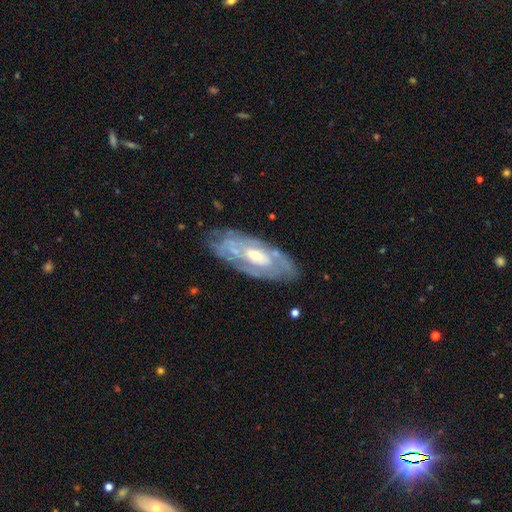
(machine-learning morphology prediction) Smooth or featured? Predicted: featured or disk (p=0.78). Edge-on disk? Predicted: no (p=0.87). Bar? Predicted: no (p=0.58). Spiral arms? Predicted: yes (p=0.71). Bulge size? Predicted: moderate (p=0.56). Merging? Predicted: none (p=0.73).